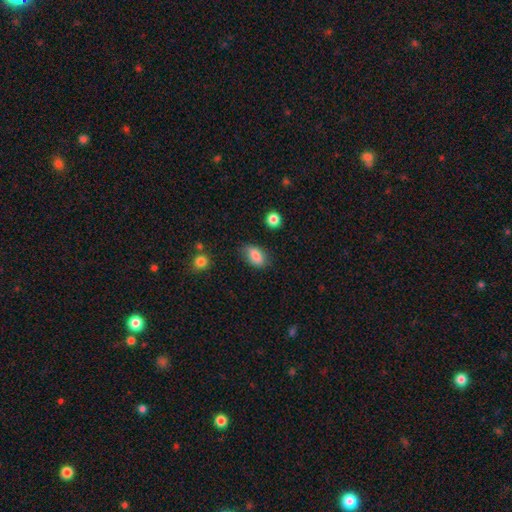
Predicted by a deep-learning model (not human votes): Smooth or featured? smooth (85%)
How rounded? in between (90%)
Merging? none (76%)